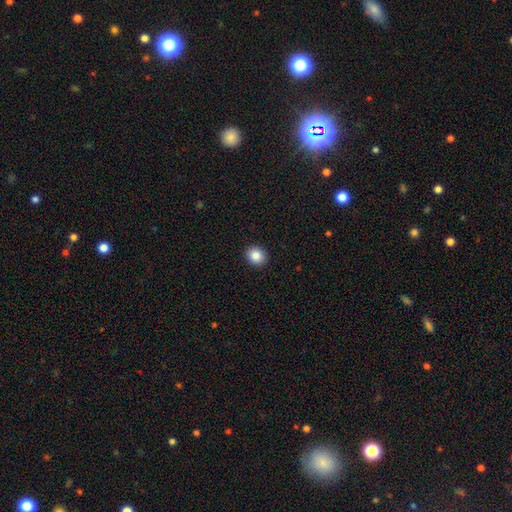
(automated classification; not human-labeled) This appears to be a smooth galaxy with no disk features (87%) that is round (77%). Merging: none (92%).